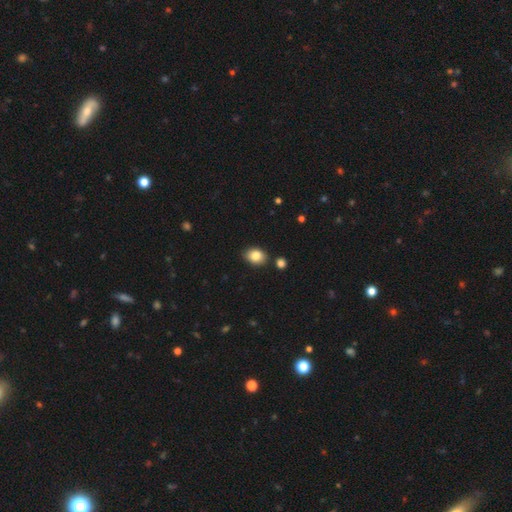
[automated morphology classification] A smooth galaxy with no disk features (84%) that is in between round and cigar-shaped (72%). Merging: none (82%).